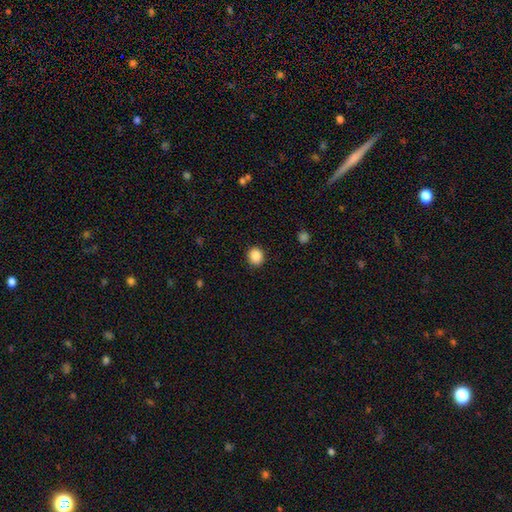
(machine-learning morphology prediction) Smooth or featured? Predicted: smooth (p=0.88). How rounded? Predicted: round (p=0.80). Merging? Predicted: none (p=0.90).